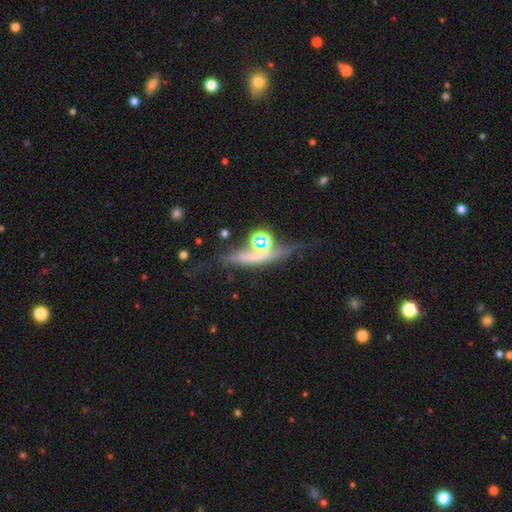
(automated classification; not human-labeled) Smooth or featured? Predicted: featured or disk (p=0.44). Merging? Predicted: none (p=0.46).